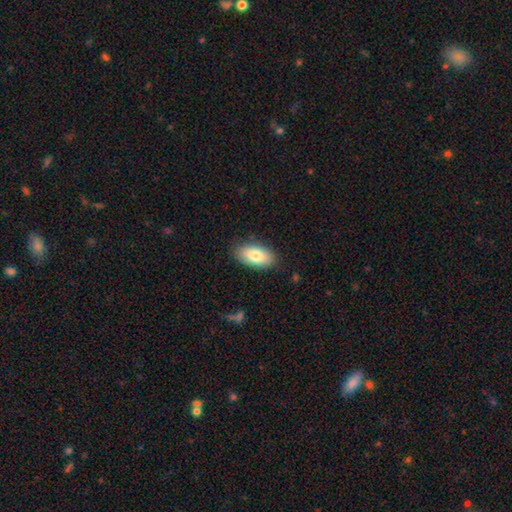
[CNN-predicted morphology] The model was most divided on "smooth or featured": smooth: 81%, featured or disk: 12%, star or artifact: 6%. More confident: how rounded — in between (93%); merging — none (86%).